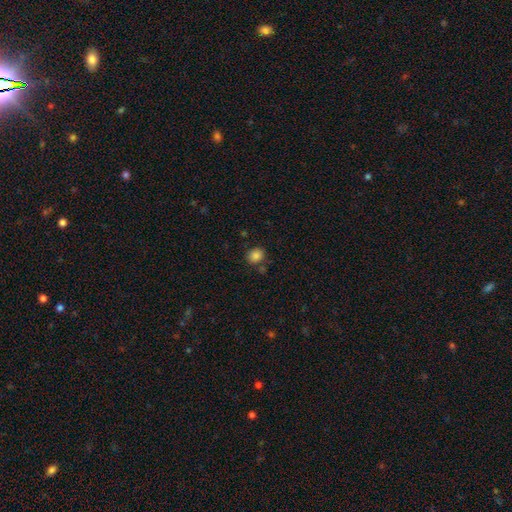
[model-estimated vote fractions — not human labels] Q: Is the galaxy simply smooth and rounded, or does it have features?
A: smooth — 85%.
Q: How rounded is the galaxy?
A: round — 64%.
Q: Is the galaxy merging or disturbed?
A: none — 79%.